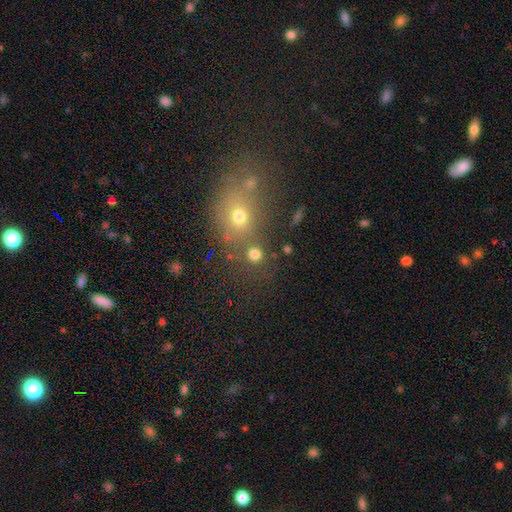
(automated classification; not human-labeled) Smooth or featured: smooth — 59% (star or artifact — 27%)
How rounded: round — 65% (in between — 32%)
Merging: none — 53% (merger — 27%)